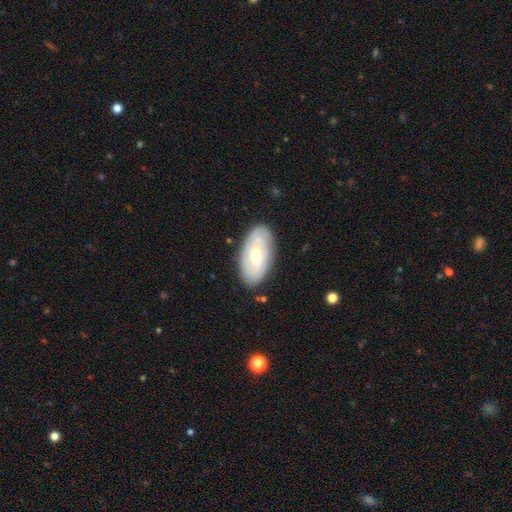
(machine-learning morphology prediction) This is possibly a featured or disk galaxy (51%). It is clearly not viewed edge-on (89%). Merging: clearly none (82%).